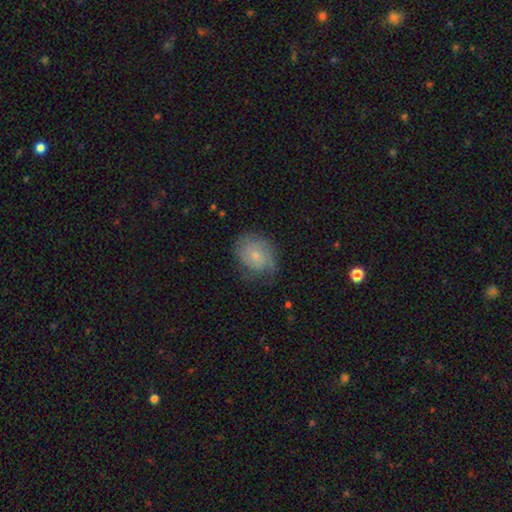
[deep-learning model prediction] Smooth or featured: smooth — 54% (featured or disk — 38%)
How rounded: round — 52% (in between — 47%)
Merging: none — 60% (minor disturbance — 28%)